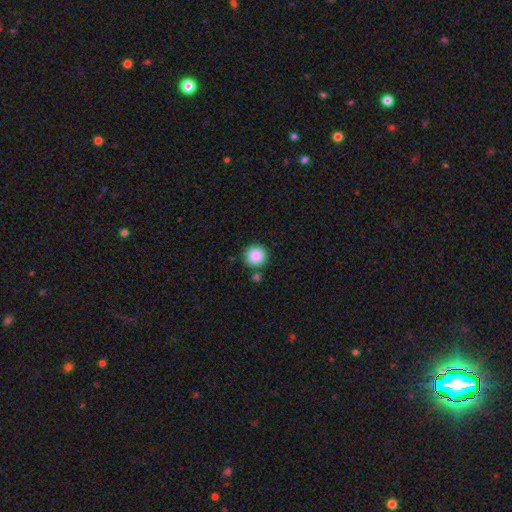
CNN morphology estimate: smooth-or-featured: smooth: 88% | star or artifact: 9% | featured or disk: 3%
  how-rounded: round: 95% | in between: 4% | cigar-shaped: 1%
  merging: none: 80% | minor disturbance: 9% | merger: 8% | major disturbance: 3%